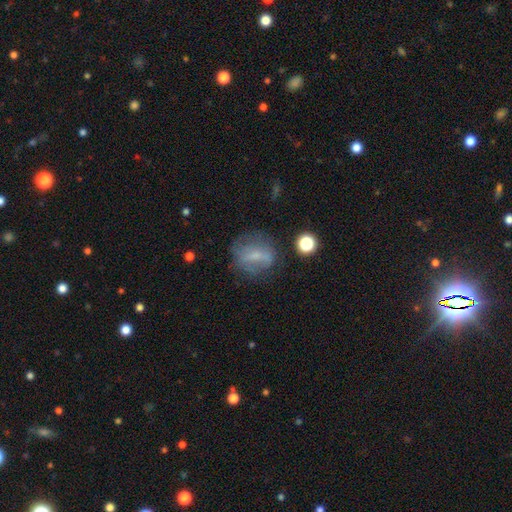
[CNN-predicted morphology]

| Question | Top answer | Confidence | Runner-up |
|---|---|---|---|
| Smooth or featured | featured or disk | 44% | tied: smooth (44%) |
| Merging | none | 59% | minor disturbance (22%) |